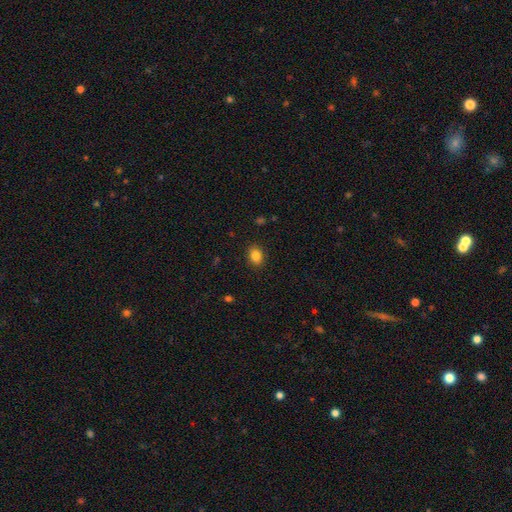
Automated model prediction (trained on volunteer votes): Smooth or featured?
  - smooth: 85% *
  - star or artifact: 10%
  - featured or disk: 5%
How rounded?
  - in between: 60% *
  - round: 39%
  - cigar-shaped: 1%
Merging?
  - none: 89% *
  - minor disturbance: 8%
  - major disturbance: 2%
  - merger: 1%